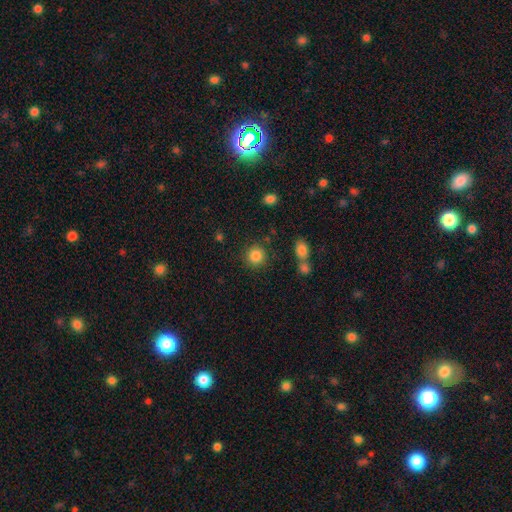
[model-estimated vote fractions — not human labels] Smooth or featured? smooth (85%)
How rounded? round (91%)
Merging? none (85%)